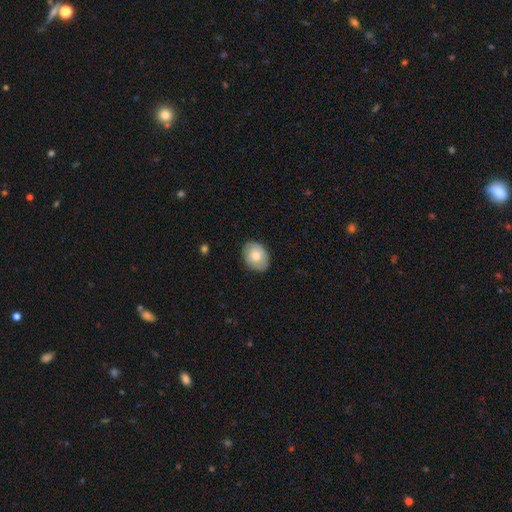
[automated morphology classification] Smooth or featured? Predicted: smooth (p=0.70). How rounded? Predicted: in between (p=0.64). Merging? Predicted: none (p=0.84).